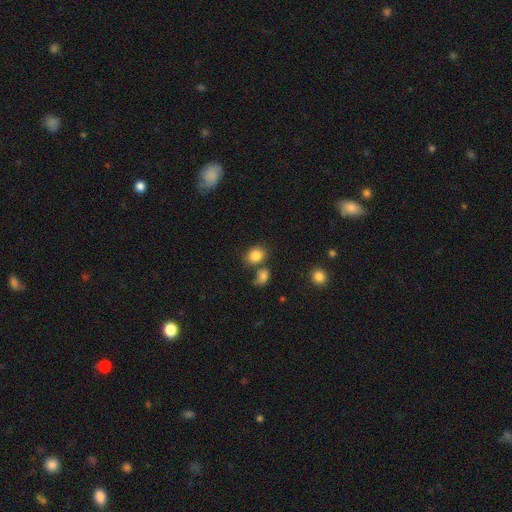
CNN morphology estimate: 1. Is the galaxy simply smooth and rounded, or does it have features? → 84% smooth, 10% star or artifact, 6% featured or disk.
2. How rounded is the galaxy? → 54% round, 45% in between, 1% cigar-shaped.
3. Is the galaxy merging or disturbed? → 62% none, 21% merger, 12% minor disturbance, 4% major disturbance.